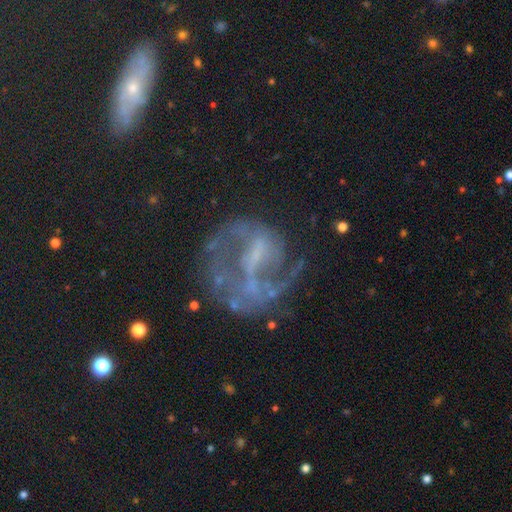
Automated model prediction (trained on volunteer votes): Smooth or featured?
  - featured or disk: 74% *
  - star or artifact: 15%
  - smooth: 11%
Edge-on disk?
  - no: 97% *
  - yes: 3%
Bar?
  - weak: 40% *
  - no: 34%
  - strong: 26%
Spiral arms?
  - yes: 74% *
  - no: 26%
Spiral winding?
  - medium: 43% *
  - loose: 33%
  - tight: 24%
Spiral arm count?
  - 2: 54% *
  - can't tell: 19%
  - 1: 17%
  - 3: 4%
  - 4: 3%
  - more than 4: 3%
Bulge size?
  - none: 54% *
  - small: 27%
  - moderate: 14%
  - large: 3%
  - dominant: 1%
Merging?
  - none: 49% *
  - major disturbance: 28%
  - minor disturbance: 19%
  - merger: 4%